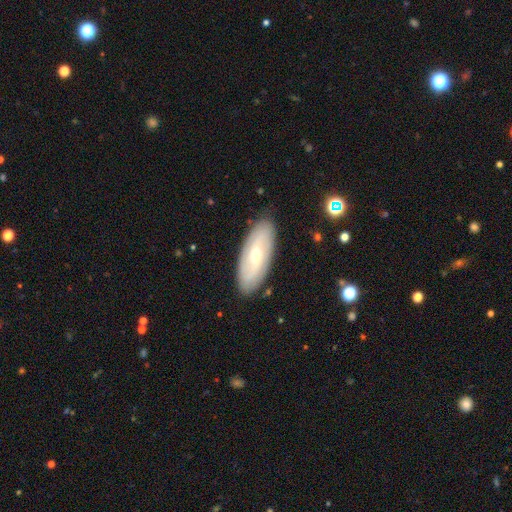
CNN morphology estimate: smooth-or-featured: featured or disk: 60% | smooth: 34% | star or artifact: 6%
  disk-edge-on: no: 85% | yes: 15%
    bar: weak: 49% | no: 33% | strong: 18%
    has-spiral-arms: yes: 69% | no: 31%
    bulge-size: moderate: 58% | small: 36% | large: 3% | none: 1% | dominant: 1%
  merging: none: 86% | minor disturbance: 10% | major disturbance: 2% | merger: 1%